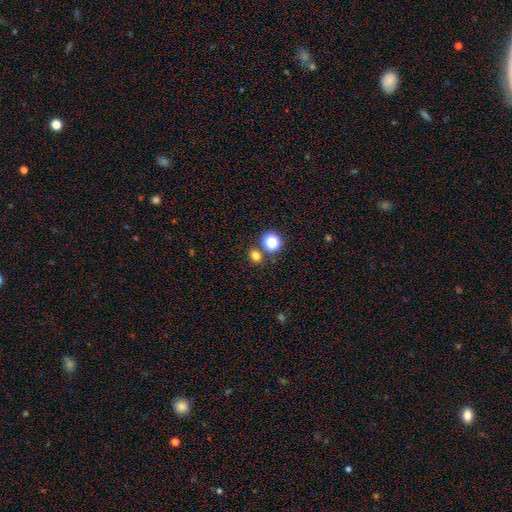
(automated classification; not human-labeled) Overall: smooth (75%). How rounded: round (67%; in between 32%). Merging: none (77%).